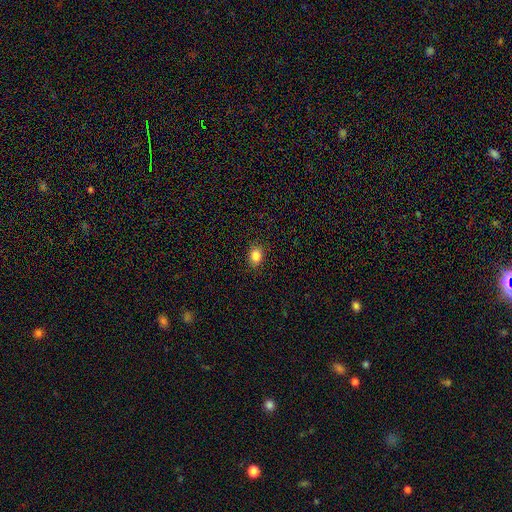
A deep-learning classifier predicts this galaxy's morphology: This appears to be a smooth galaxy with no disk features (85%) that is in between round and cigar-shaped (61%). Merging: none (88%).